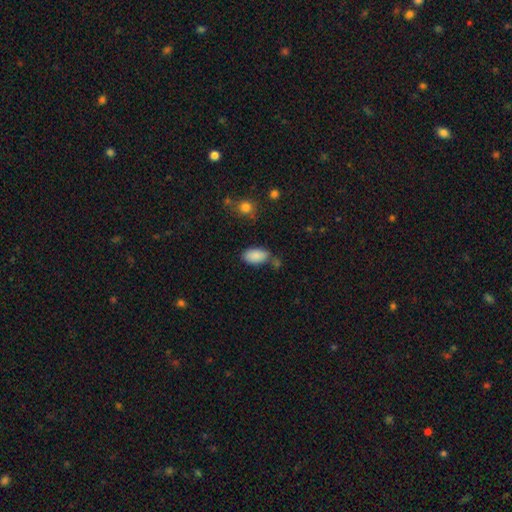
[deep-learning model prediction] A smooth galaxy with no disk features (87%) that is in between round and cigar-shaped (94%). Merging: none (65%).